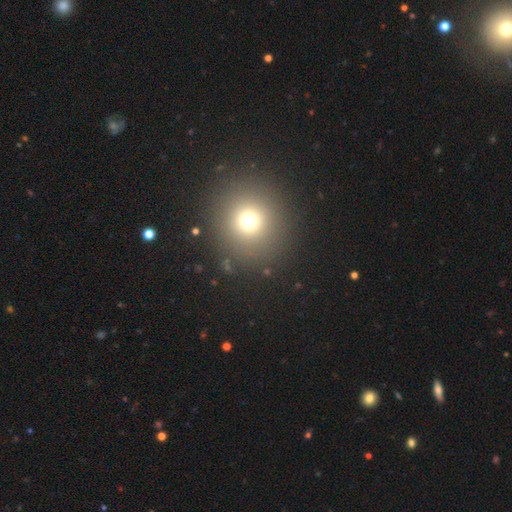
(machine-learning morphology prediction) The model was most divided on "smooth or featured": smooth: 65%, star or artifact: 28%, featured or disk: 7%. More confident: how rounded — round (93%); merging — none (91%).